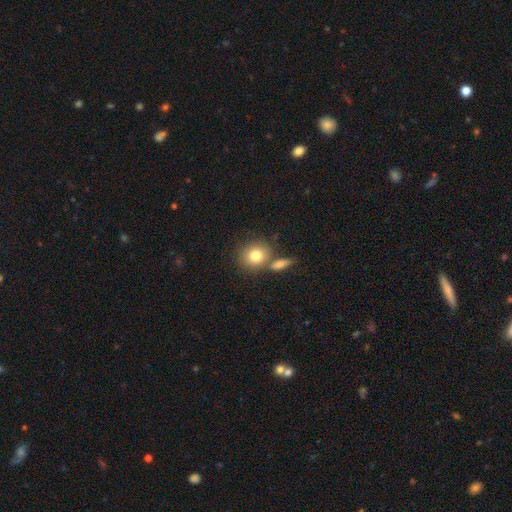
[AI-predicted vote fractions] Overall: smooth (79%). How rounded: round (76%). Merging: none (61%; merger 25%).